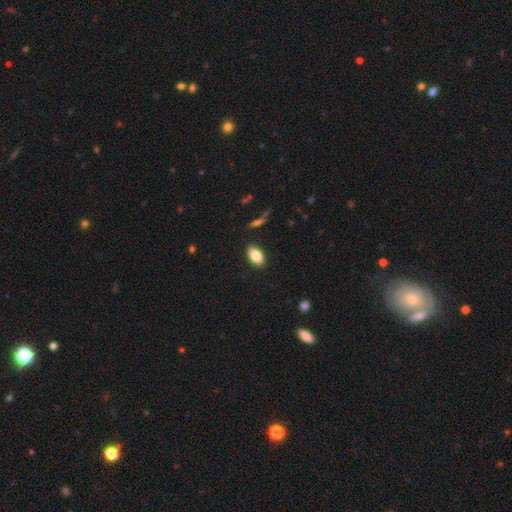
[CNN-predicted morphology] Smooth or featured? smooth (81%)
How rounded? in between (92%)
Merging? none (89%)